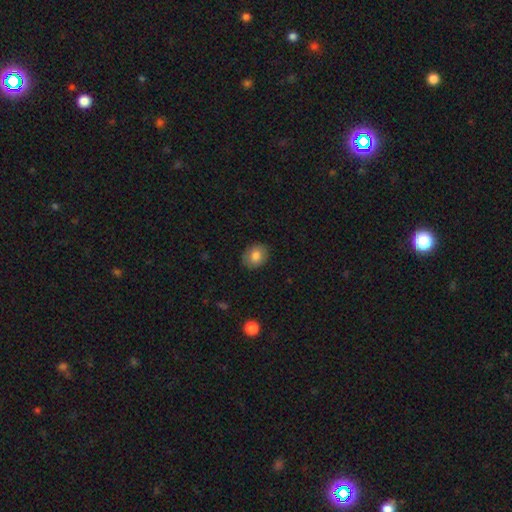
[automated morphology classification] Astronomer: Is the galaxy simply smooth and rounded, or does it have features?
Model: smooth — 81%.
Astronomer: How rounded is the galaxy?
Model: round — 51% (runner-up: in between, 48%).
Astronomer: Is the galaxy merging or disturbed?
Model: none — 86%.